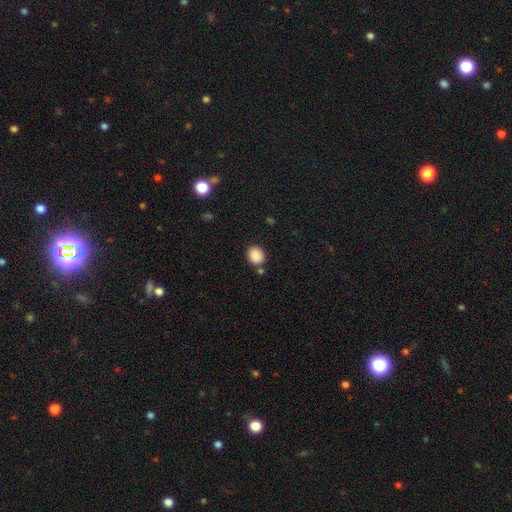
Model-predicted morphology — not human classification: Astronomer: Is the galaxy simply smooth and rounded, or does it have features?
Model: smooth — 88%.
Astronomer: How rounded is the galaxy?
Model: round — 53% (runner-up: in between, 46%).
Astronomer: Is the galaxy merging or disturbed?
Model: none — 78%.